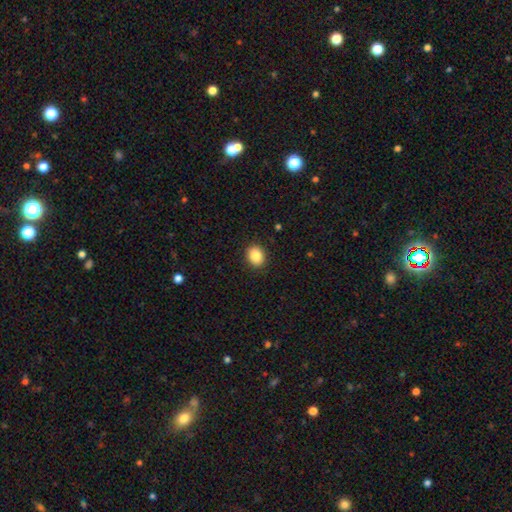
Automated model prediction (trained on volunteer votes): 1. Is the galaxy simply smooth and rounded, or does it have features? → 87% smooth, 8% star or artifact, 4% featured or disk.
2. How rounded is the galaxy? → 53% in between, 46% round, 1% cigar-shaped.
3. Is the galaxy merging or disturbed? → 90% none, 7% minor disturbance, 2% major disturbance, 1% merger.